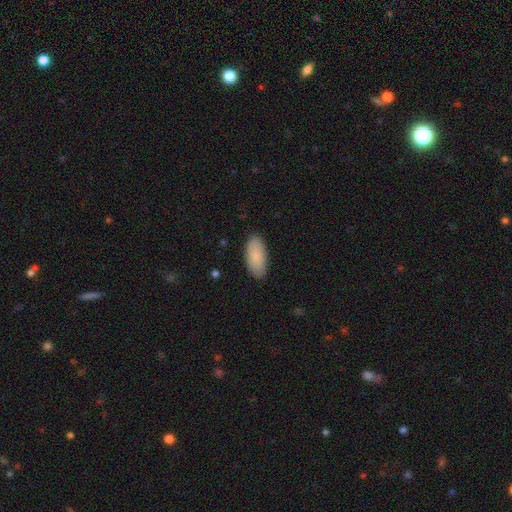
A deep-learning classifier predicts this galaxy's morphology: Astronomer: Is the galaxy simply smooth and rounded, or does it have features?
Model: smooth — 87%.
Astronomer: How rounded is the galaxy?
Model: in between — 91%.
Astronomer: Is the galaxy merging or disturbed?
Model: none — 87%.